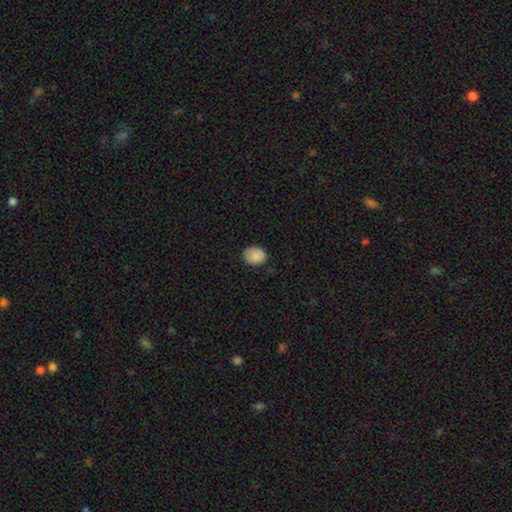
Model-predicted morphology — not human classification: smooth_or_featured: smooth (p=0.87) [alt: star or artifact p=0.08]
how_rounded: in between (p=0.51) [alt: round p=0.48]
merging: none (p=0.77) [alt: minor disturbance p=0.19]